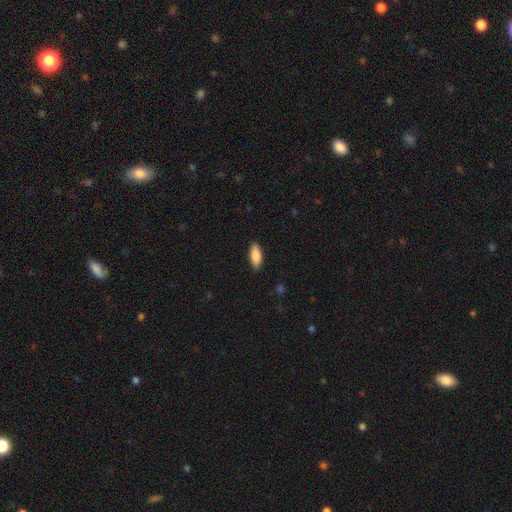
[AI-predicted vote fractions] A smooth galaxy with no disk features (88%) that is in between round and cigar-shaped (81%). Merging: none (88%).